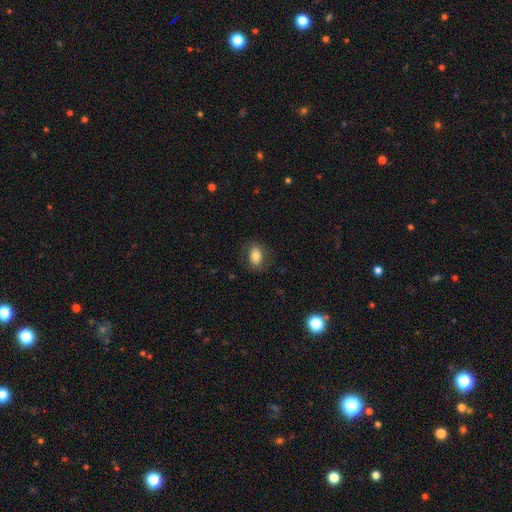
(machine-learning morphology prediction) Q: Smooth or featured?
A: smooth (78%); runner-up: featured or disk (14%)
Q: How rounded?
A: in between (78%); runner-up: round (20%)
Q: Merging?
A: none (78%); runner-up: minor disturbance (15%)